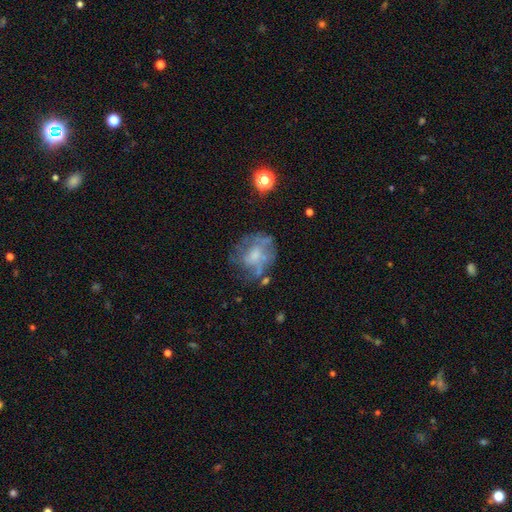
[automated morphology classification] type=featured or disk (57%); edge-on=no (97%); bar=no (77%); spiral arms=no (57%); bulge=small (37%); merging=none (51%).